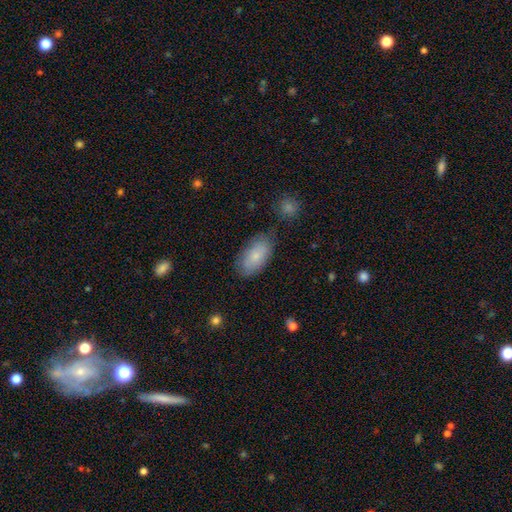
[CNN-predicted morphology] This is likely a smooth galaxy (78%). How rounded: clearly in between (93%). Merging: likely none (72%).